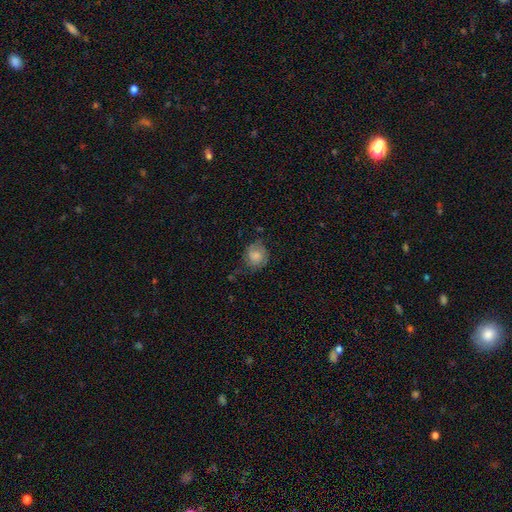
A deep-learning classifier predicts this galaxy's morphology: Smooth or featured: smooth — 63% (featured or disk — 29%)
How rounded: round — 75% (in between — 24%)
Merging: none — 51% (minor disturbance — 31%)